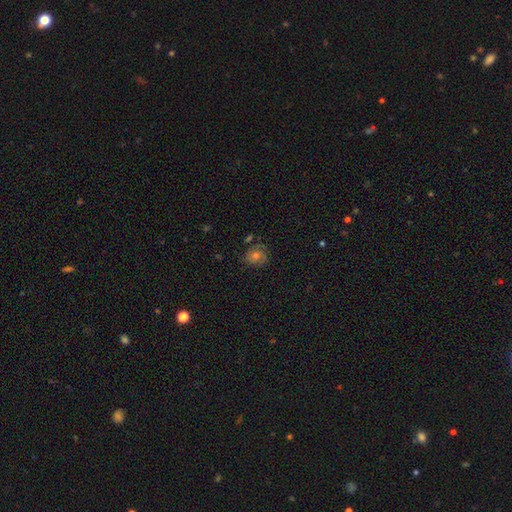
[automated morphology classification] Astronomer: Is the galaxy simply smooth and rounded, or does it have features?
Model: smooth — 41% (runner-up: featured or disk, 36%).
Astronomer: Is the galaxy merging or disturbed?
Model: none — 76%.